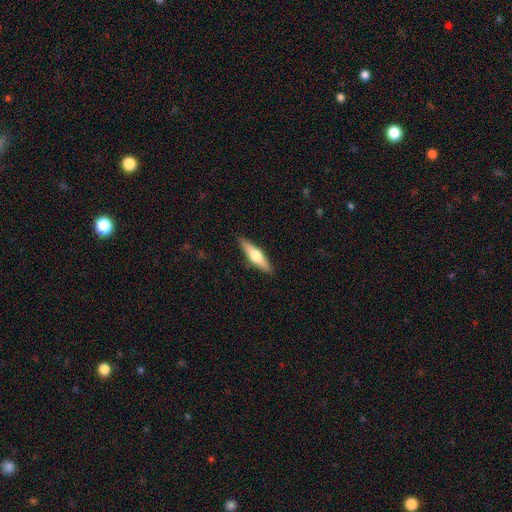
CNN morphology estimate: Smooth or featured?
  - featured or disk: 50% *
  - smooth: 45%
  - star or artifact: 6%
Merging?
  - none: 89% *
  - minor disturbance: 8%
  - major disturbance: 2%
  - merger: 1%